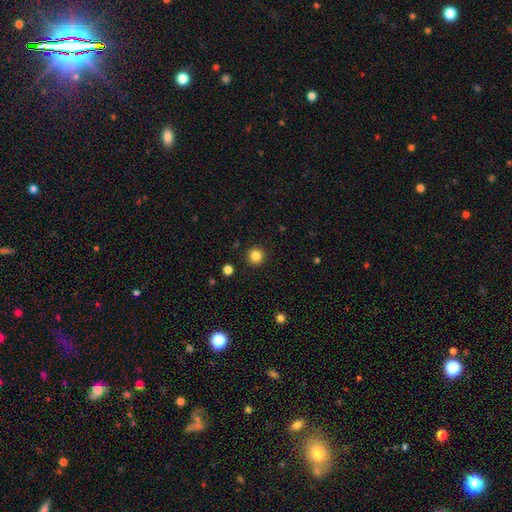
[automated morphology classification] smooth_or_featured: smooth (p=0.84) [alt: star or artifact p=0.12]
how_rounded: round (p=0.95) [alt: in between p=0.04]
merging: none (p=0.93) [alt: minor disturbance p=0.05]